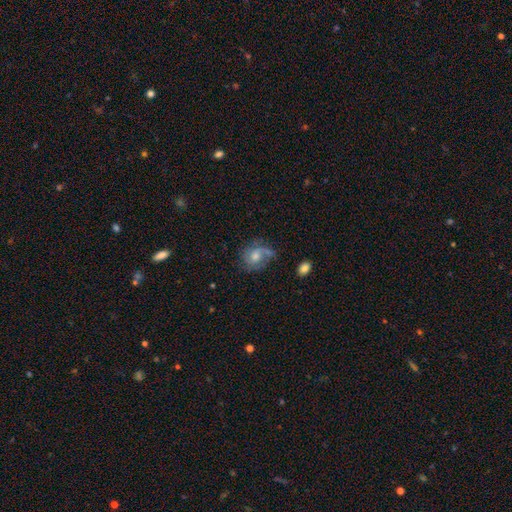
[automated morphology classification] featured or disk 56%, smooth 36%, star or artifact 9%. Down the decision tree: edge-on disk — no (97%); bar — no (70%); spiral arms — yes (82%); bulge size — moderate (57%); merging — none (51%).